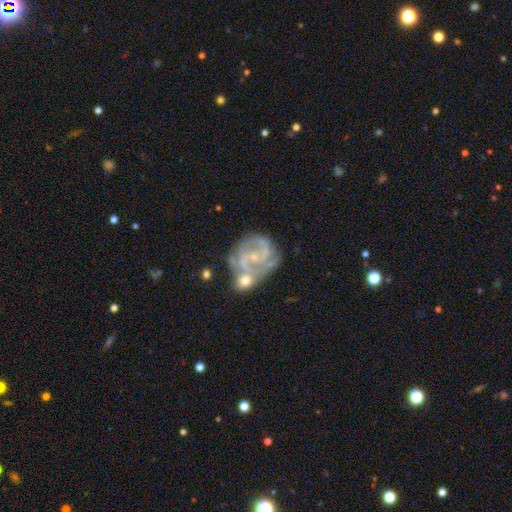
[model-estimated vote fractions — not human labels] Overall: featured or disk (86%). Edge-on disk: no (98%). Bar: no (53%; weak 37%). Spiral arms: yes (94%). Spiral arm count: 2 (61%). Spiral winding: medium (45%; tight 43%). Bulge size: small (75%). Merging: none (39%; merger 31%).